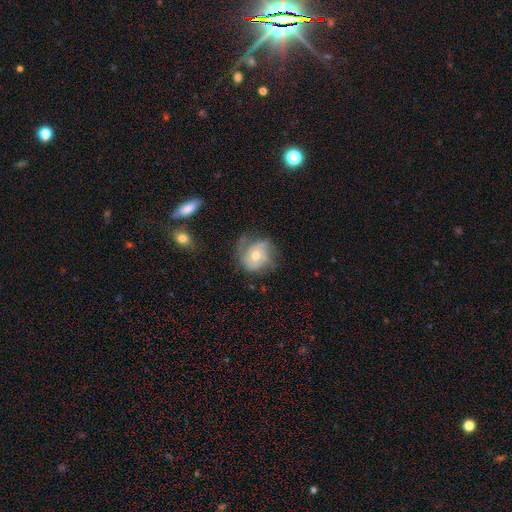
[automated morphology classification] Smooth or featured: featured or disk — 59% (smooth — 32%)
Edge-on disk: no — 97% (yes — 3%)
Bar: no — 82% (weak — 15%)
Spiral arms: yes — 77% (no — 23%)
Bulge size: moderate — 62% (small — 33%)
Merging: none — 52% (minor disturbance — 28%)